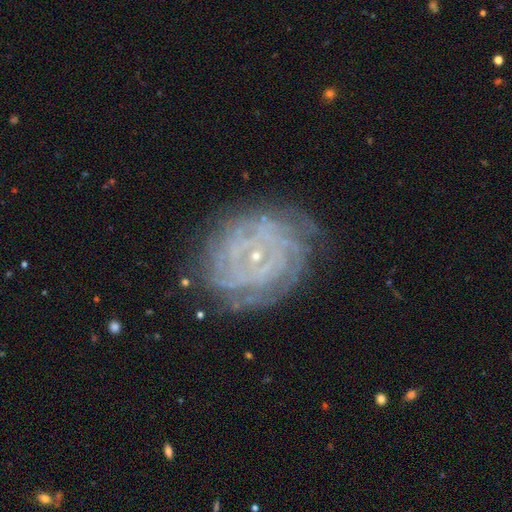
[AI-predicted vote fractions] Morphology: type=featured or disk (83%); edge-on=no (97%); bar=no (67%); spiral arms=yes (95%); winding=tight (82%); arm count=can't tell (34%); bulge=small (87%); merging=none (77%).